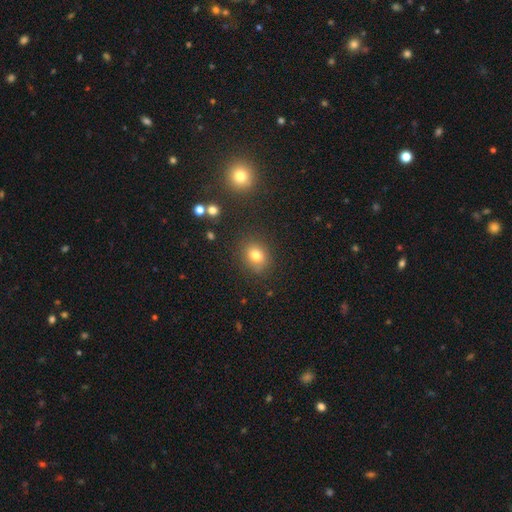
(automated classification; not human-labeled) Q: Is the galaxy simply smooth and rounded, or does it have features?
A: smooth — 78%.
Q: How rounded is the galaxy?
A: round — 53%.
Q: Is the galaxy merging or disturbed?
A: none — 84%.